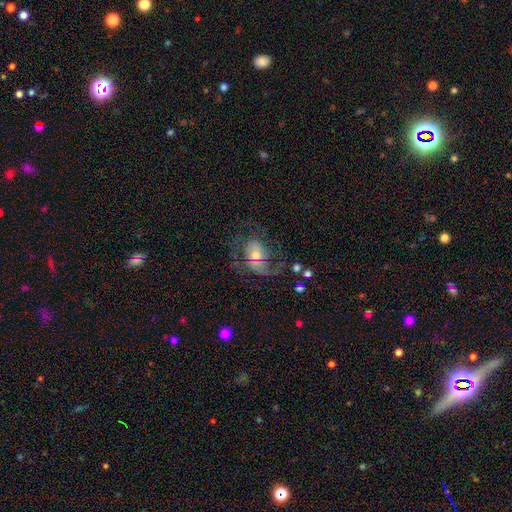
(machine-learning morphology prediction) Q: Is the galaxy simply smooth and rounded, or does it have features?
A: featured or disk — 75%.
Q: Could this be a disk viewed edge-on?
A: no — 97%.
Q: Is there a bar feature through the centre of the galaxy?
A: no — 57%.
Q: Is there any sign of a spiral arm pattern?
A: yes — 86%.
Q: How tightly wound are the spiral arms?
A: medium — 49%.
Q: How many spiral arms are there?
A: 2 — 60%.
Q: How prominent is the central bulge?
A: moderate — 56%.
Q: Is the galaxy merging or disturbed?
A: none — 52%.